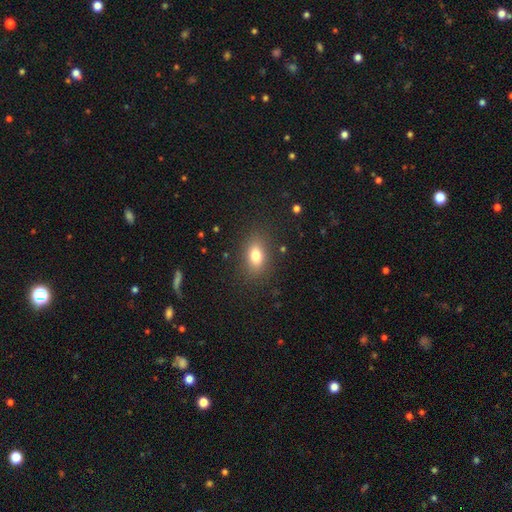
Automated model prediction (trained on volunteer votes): A smooth galaxy with no disk features (79%) that is in between round and cigar-shaped (81%). Merging: none (85%).